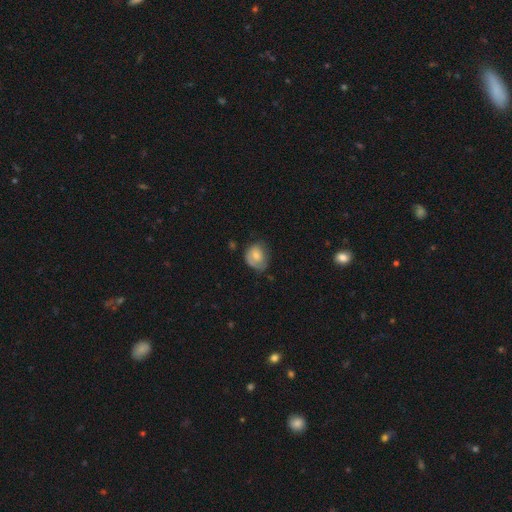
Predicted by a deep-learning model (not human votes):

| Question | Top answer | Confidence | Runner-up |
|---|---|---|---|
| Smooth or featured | smooth | 63% | featured or disk (29%) |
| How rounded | round | 51% | in between (48%) |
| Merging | none | 49% | minor disturbance (32%) |